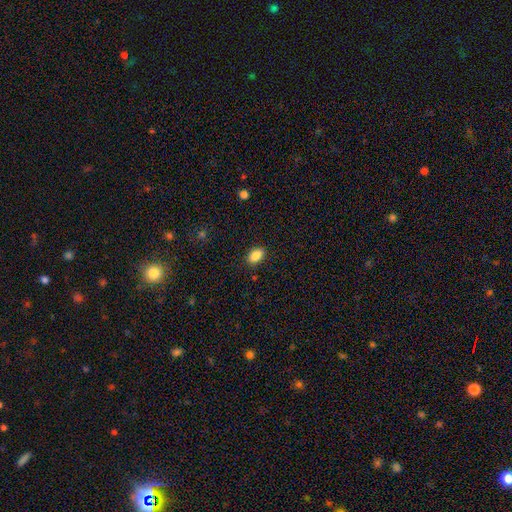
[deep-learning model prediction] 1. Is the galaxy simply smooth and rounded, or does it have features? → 87% smooth, 8% star or artifact, 4% featured or disk.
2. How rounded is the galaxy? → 88% in between, 10% round, 2% cigar-shaped.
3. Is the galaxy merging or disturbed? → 88% none, 9% minor disturbance, 2% major disturbance, 1% merger.